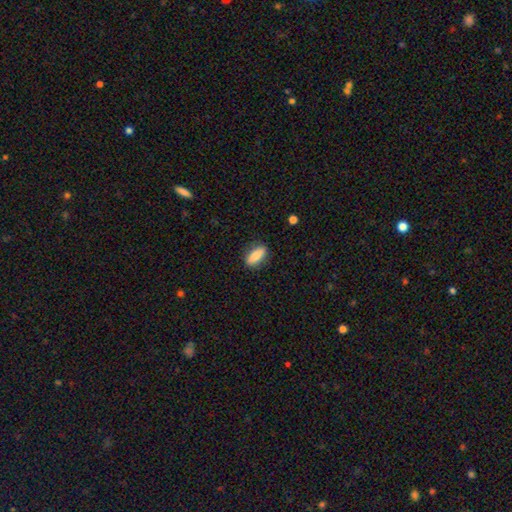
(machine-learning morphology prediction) Q: Smooth or featured?
A: smooth (83%); runner-up: featured or disk (11%)
Q: How rounded?
A: in between (67%); runner-up: cigar-shaped (29%)
Q: Merging?
A: none (84%); runner-up: minor disturbance (11%)